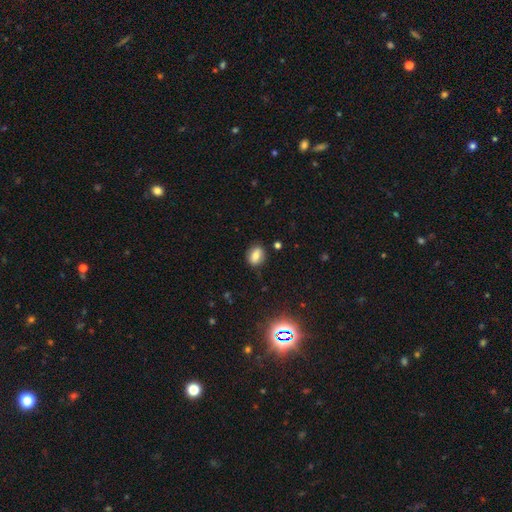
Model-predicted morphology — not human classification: smooth 73%, featured or disk 15%, star or artifact 12%. Down the decision tree: how rounded — in between (66%); merging — none (82%).